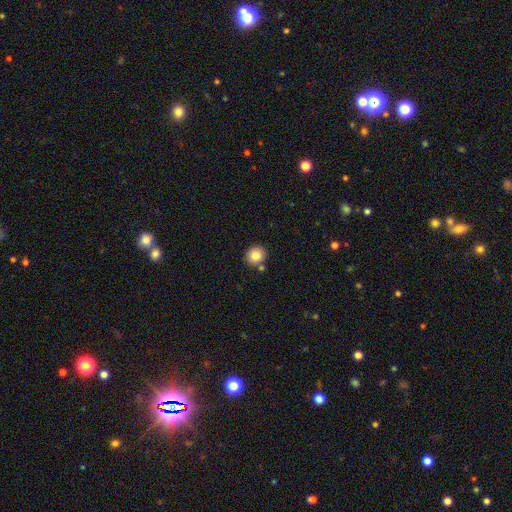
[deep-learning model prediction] This is clearly a smooth galaxy (82%). How rounded: clearly round (87%). Merging: likely none (79%).